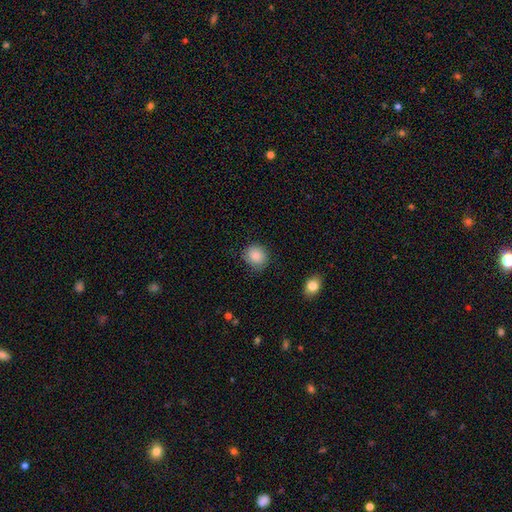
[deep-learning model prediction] This is clearly a smooth galaxy (86%). How rounded: clearly round (80%). Merging: likely none (78%).